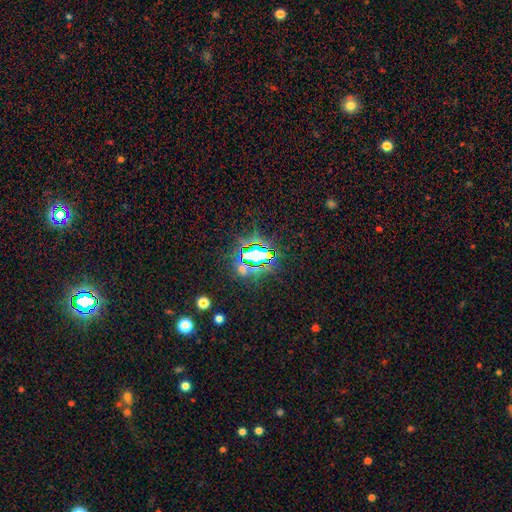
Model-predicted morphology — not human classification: A star or artifact, not a galaxy (70%).